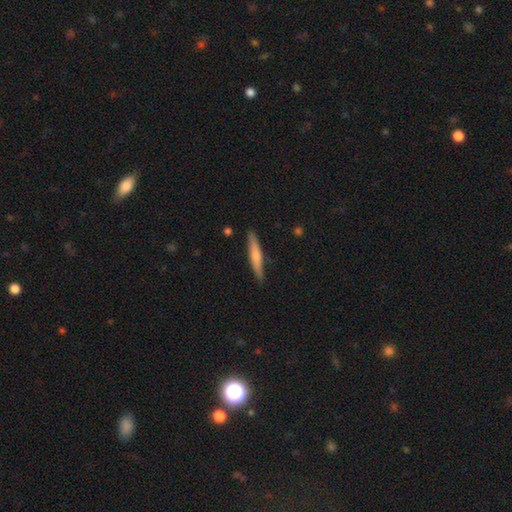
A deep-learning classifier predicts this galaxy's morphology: smooth_or_featured: smooth (p=0.58) [alt: featured or disk p=0.37]
how_rounded: cigar-shaped (p=0.93) [alt: in between p=0.06]
merging: none (p=0.89) [alt: minor disturbance p=0.08]